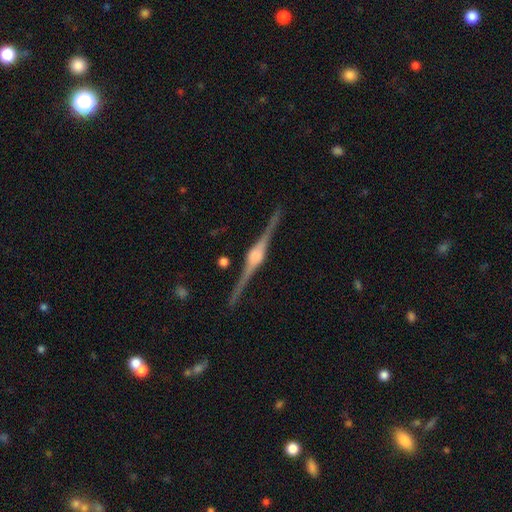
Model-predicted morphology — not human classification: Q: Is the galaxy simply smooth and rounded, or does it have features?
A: featured or disk — 90%.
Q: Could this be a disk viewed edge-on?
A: yes — 98%.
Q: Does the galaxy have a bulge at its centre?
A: rounded — 81%.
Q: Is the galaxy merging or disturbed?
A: none — 89%.